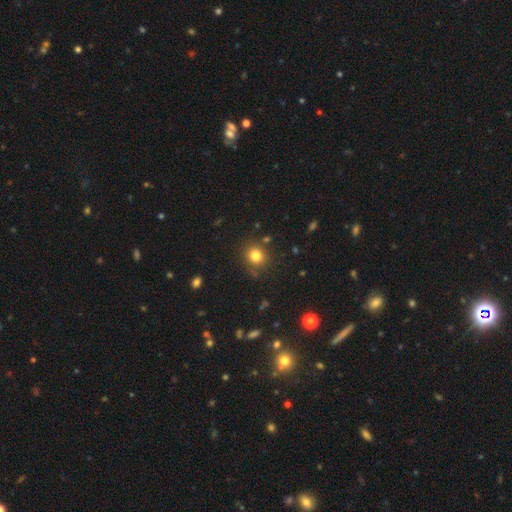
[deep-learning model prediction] smooth-or-featured: smooth: 80% | star or artifact: 13% | featured or disk: 6%
  how-rounded: round: 85% | in between: 14% | cigar-shaped: 1%
  merging: none: 83% | minor disturbance: 10% | merger: 4% | major disturbance: 3%